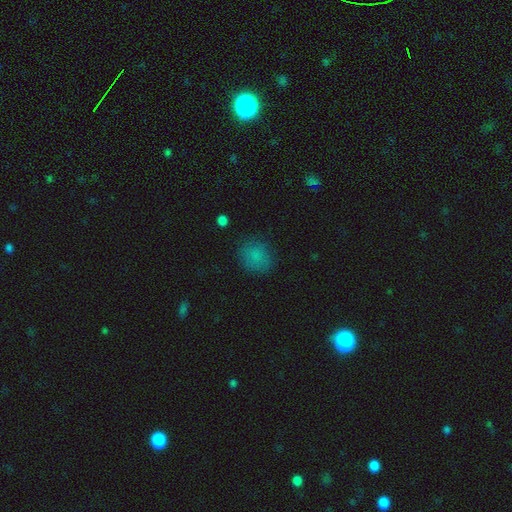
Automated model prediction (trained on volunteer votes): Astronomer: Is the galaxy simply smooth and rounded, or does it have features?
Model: smooth — 80%.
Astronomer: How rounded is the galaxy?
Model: round — 76%.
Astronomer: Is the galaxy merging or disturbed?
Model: none — 79%.